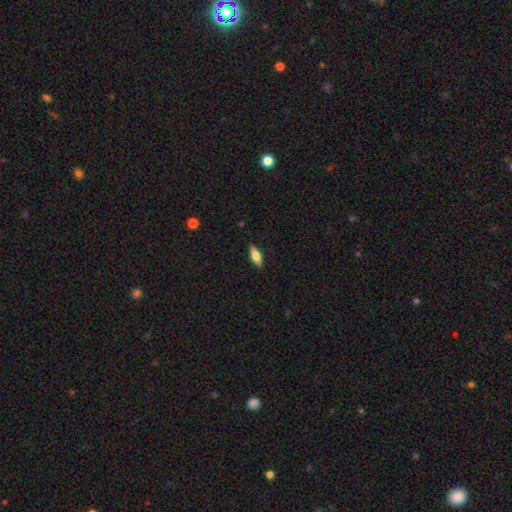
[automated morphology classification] smooth 62%, featured or disk 31%, star or artifact 7%. Down the decision tree: how rounded — in between (71%); merging — none (88%).